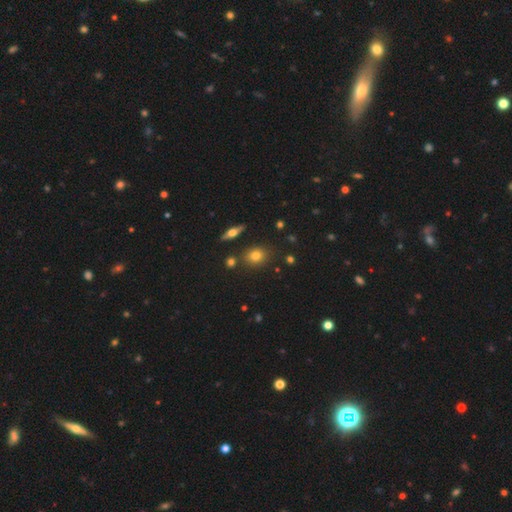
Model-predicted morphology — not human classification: smooth 75%, featured or disk 13%, star or artifact 12%. Down the decision tree: how rounded — round (52%); merging — none (81%).